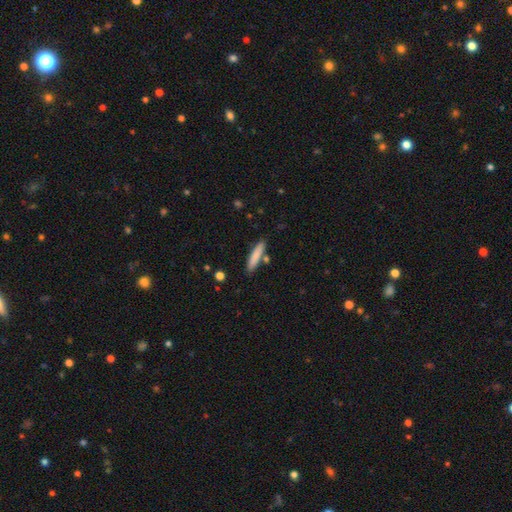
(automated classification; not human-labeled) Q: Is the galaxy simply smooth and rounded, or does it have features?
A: smooth — 82%.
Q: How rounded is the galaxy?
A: cigar-shaped — 84%.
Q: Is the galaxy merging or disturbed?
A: none — 82%.